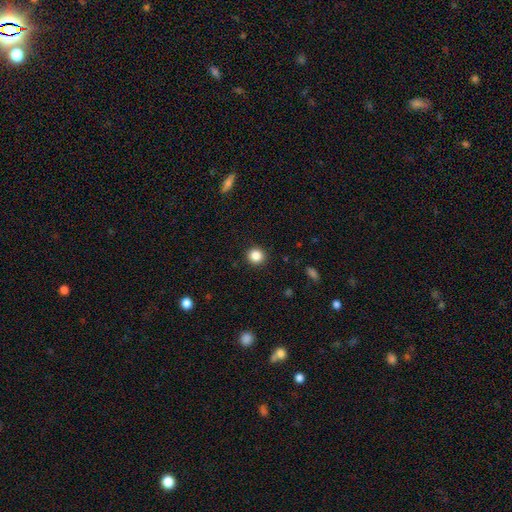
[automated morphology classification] This is clearly a smooth galaxy (85%). How rounded: clearly round (93%). Merging: clearly none (92%).